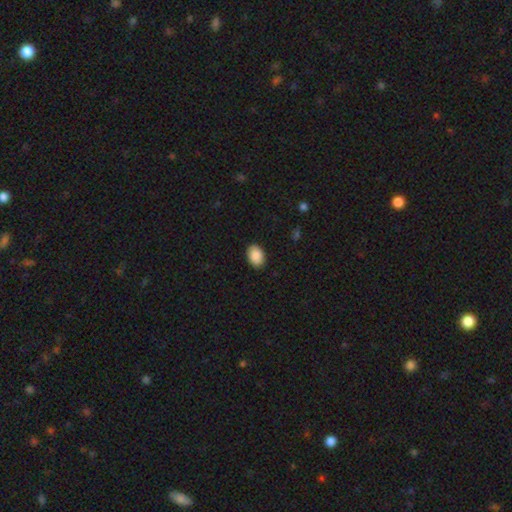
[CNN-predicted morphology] Q: Smooth or featured?
A: smooth (90%); runner-up: star or artifact (7%)
Q: How rounded?
A: in between (82%); runner-up: round (18%)
Q: Merging?
A: none (90%); runner-up: minor disturbance (7%)